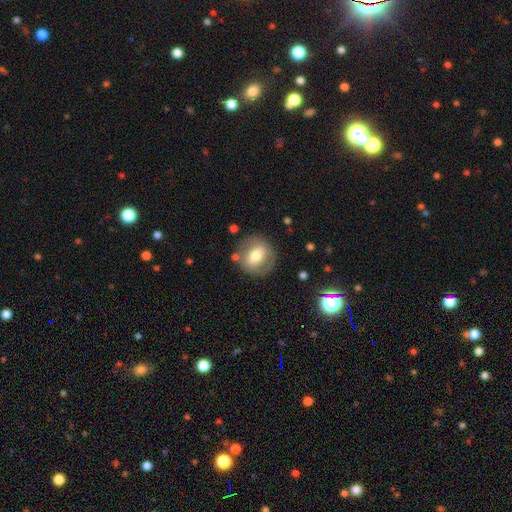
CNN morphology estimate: Smooth or featured? Predicted: smooth (p=0.57). How rounded? Predicted: round (p=0.84). Merging? Predicted: none (p=0.80).